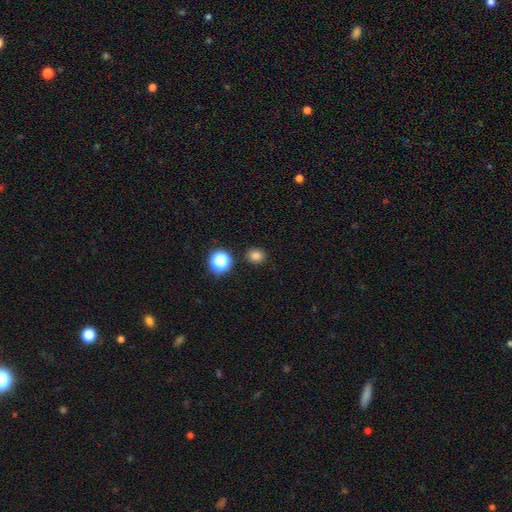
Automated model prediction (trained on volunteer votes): A smooth galaxy with no disk features (80%) that is round (75%). Merging: none (88%).